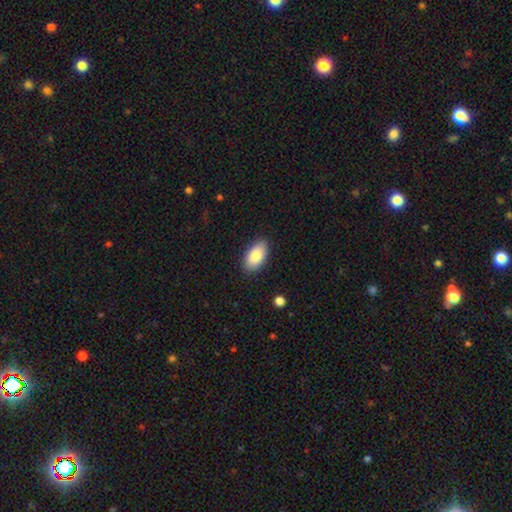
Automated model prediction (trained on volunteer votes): This is clearly a smooth galaxy (87%). How rounded: clearly in between (94%). Merging: clearly none (87%).